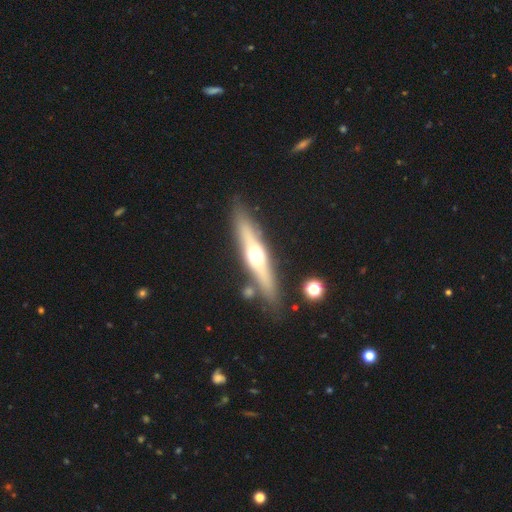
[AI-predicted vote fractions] Smooth or featured? Predicted: featured or disk (p=0.59). Edge-on disk? Predicted: yes (p=0.91). Edge-on bulge? Predicted: rounded (p=0.93). Merging? Predicted: none (p=0.83).